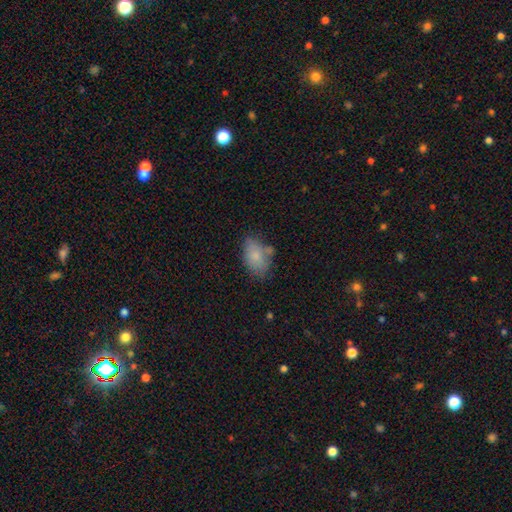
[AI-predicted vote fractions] smooth 79%, featured or disk 13%, star or artifact 8%. Down the decision tree: how rounded — in between (89%); merging — none (57%).